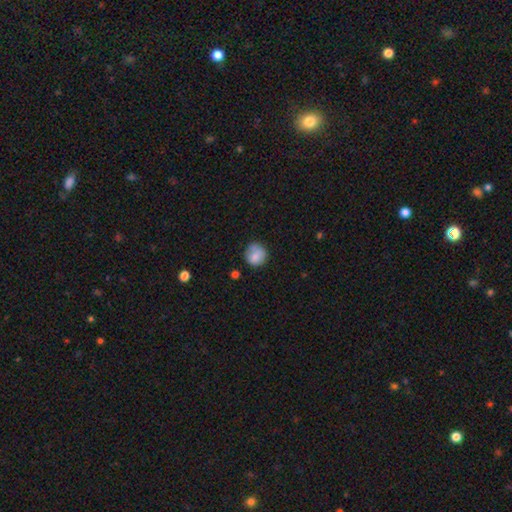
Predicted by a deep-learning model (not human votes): smooth_or_featured: smooth (p=0.81) [alt: featured or disk p=0.11]
how_rounded: round (p=0.86) [alt: in between p=0.13]
merging: none (p=0.66) [alt: minor disturbance p=0.24]